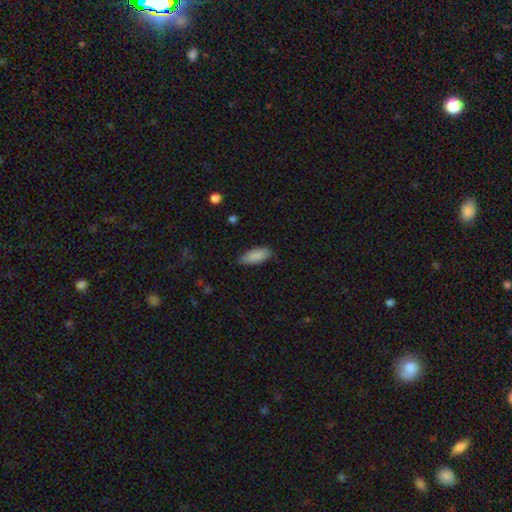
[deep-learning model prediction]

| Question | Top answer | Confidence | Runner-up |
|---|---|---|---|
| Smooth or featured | smooth | 89% | star or artifact (6%) |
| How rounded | in between | 80% | cigar-shaped (18%) |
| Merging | none | 80% | minor disturbance (16%) |